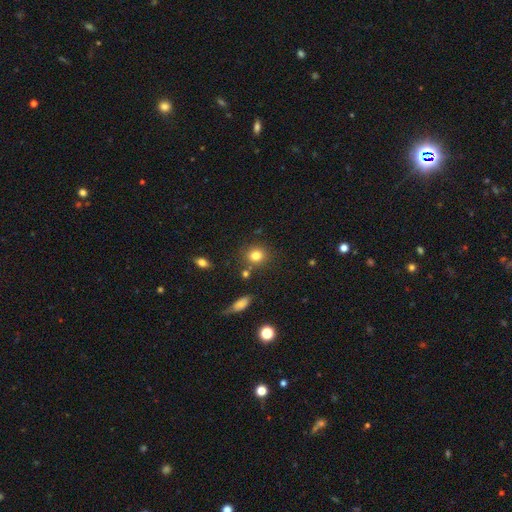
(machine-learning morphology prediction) Overall: smooth (80%). How rounded: round (76%). Merging: none (79%).